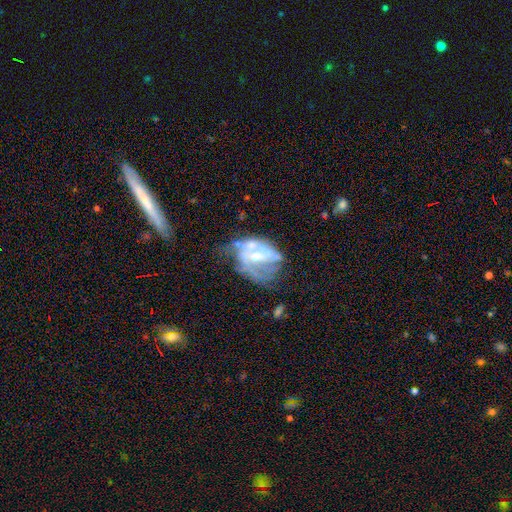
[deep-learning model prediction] The model was most divided on "spiral winding" (2-way tie): medium: 39%, tight: 39%, loose: 22%. Remaining: edge-on disk — no (97%); smooth or featured — featured or disk (78%); spiral arms — yes (69%); bar — no (54%); bulge size — moderate (53%); spiral arm count — 2 (38%); merging — none (34%).